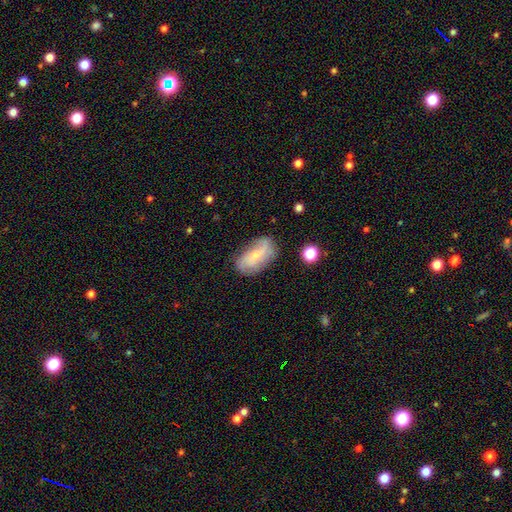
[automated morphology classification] Smooth or featured? Predicted: featured or disk (p=0.49). Merging? Predicted: none (p=0.63).